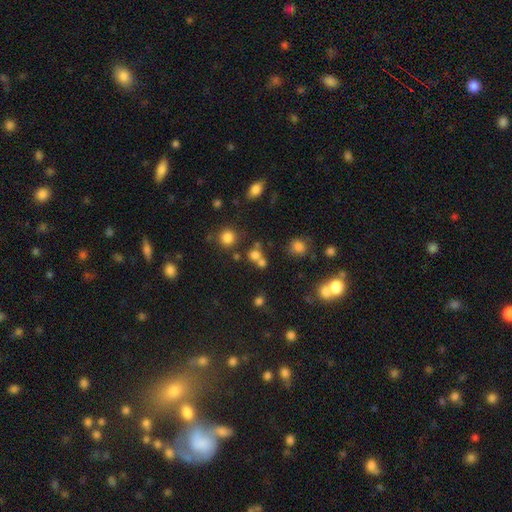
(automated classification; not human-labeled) Smooth or featured? smooth (69%)
How rounded? round (80%)
Merging? none (48%)